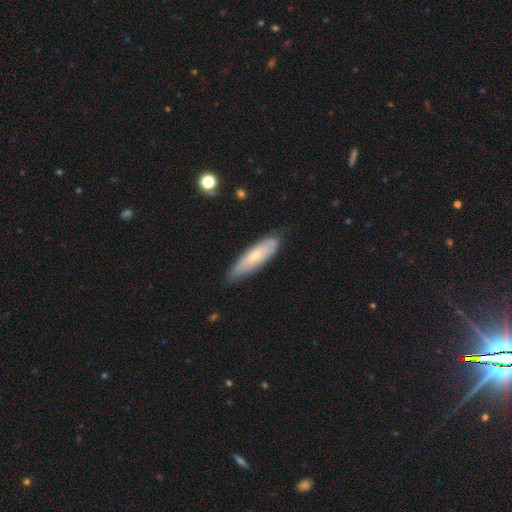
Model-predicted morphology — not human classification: Smooth or featured?
  - smooth: 57% *
  - featured or disk: 37%
  - star or artifact: 6%
How rounded?
  - cigar-shaped: 57% *
  - in between: 41%
  - round: 2%
Merging?
  - none: 71% *
  - minor disturbance: 23%
  - major disturbance: 4%
  - merger: 2%